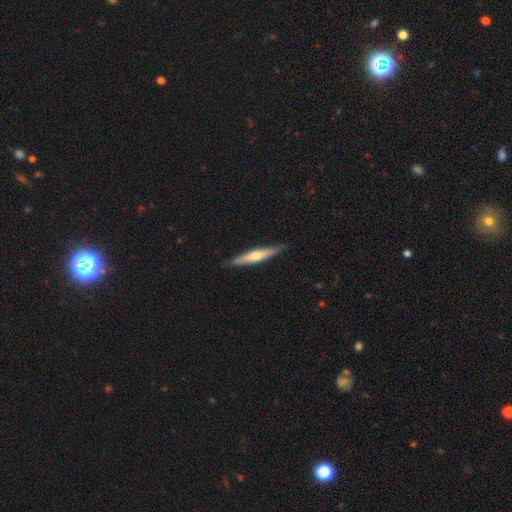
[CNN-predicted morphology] smooth_or_featured: featured or disk (p=0.51) [alt: smooth p=0.44]
disk_edge_on: yes (p=0.94) [alt: no p=0.06]
merging: none (p=0.87) [alt: minor disturbance p=0.10]